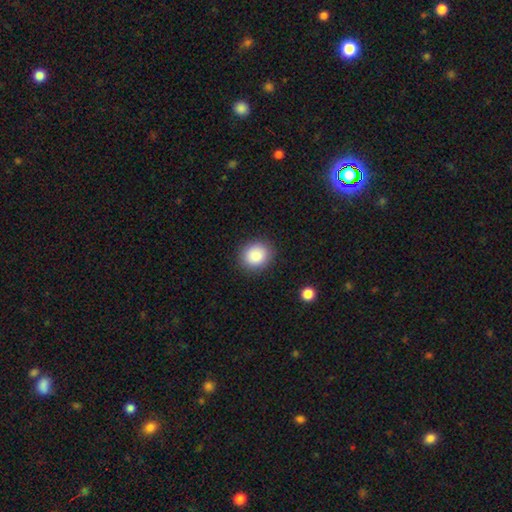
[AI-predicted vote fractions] Morphology: type=smooth (87%); roundness=round (77%); merging=none (89%).